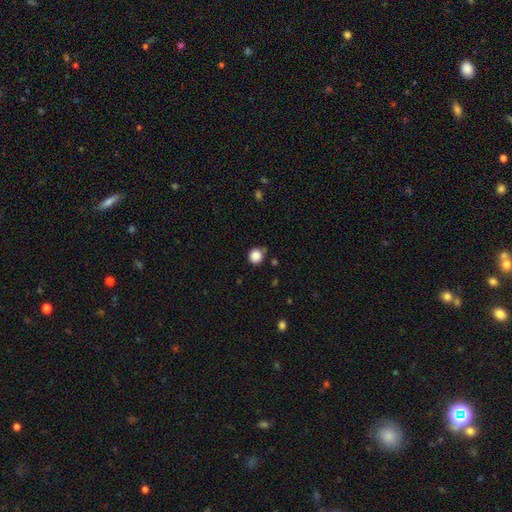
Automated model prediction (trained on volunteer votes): Q: Smooth or featured?
A: smooth (87%); runner-up: star or artifact (10%)
Q: How rounded?
A: round (90%); runner-up: in between (9%)
Q: Merging?
A: none (76%); runner-up: minor disturbance (17%)